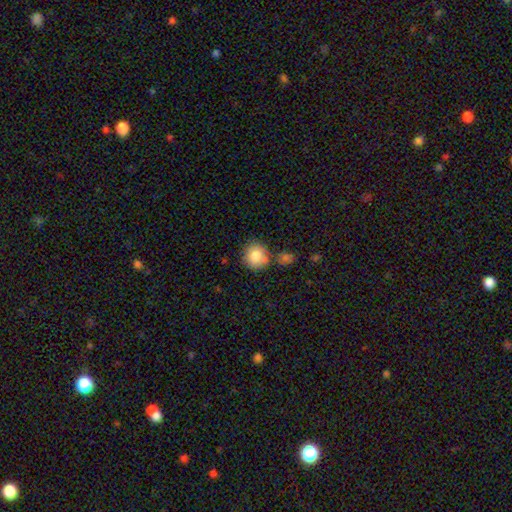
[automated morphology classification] Smooth or featured? Predicted: smooth (p=0.83). How rounded? Predicted: round (p=0.86). Merging? Predicted: none (p=0.67).